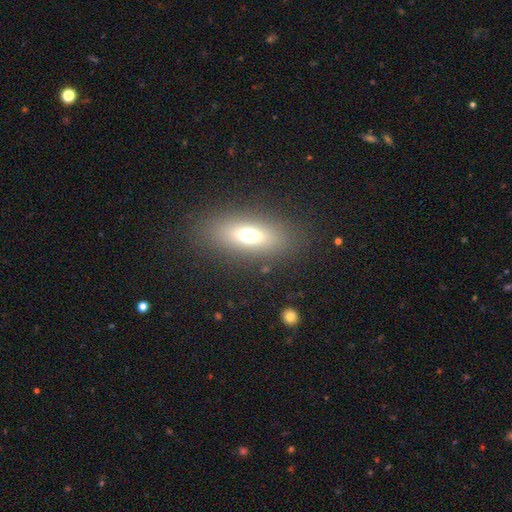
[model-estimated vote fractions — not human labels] smooth_or_featured: smooth (p=0.61) [alt: featured or disk p=0.26]
how_rounded: in between (p=0.65) [alt: cigar-shaped p=0.29]
merging: none (p=0.88) [alt: minor disturbance p=0.08]